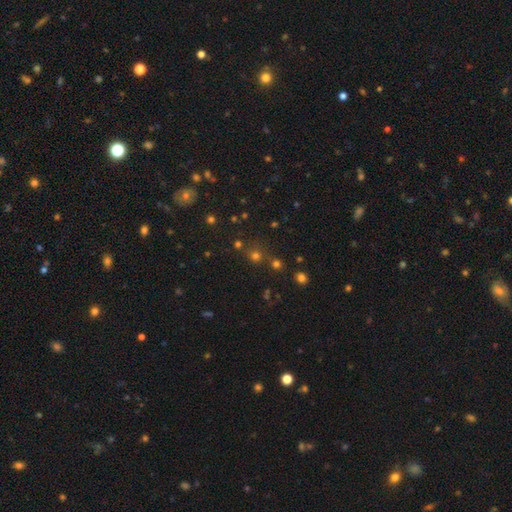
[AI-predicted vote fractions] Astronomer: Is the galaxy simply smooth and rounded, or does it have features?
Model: smooth — 53% (runner-up: star or artifact, 40%).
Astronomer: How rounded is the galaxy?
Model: round — 91%.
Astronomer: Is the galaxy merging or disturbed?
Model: none — 77%.